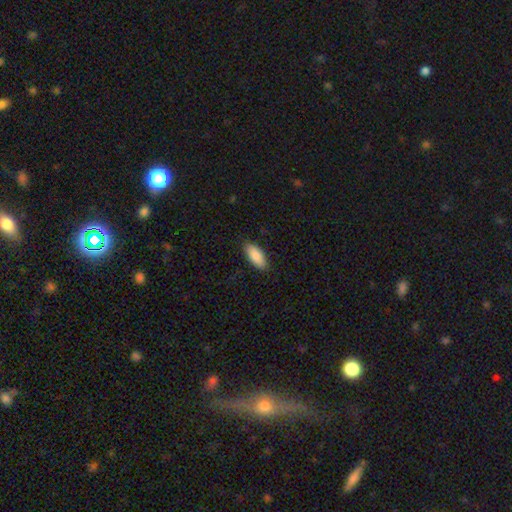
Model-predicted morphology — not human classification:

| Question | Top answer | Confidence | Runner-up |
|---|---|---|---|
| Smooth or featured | smooth | 88% | featured or disk (6%) |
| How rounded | in between | 86% | cigar-shaped (12%) |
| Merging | none | 87% | minor disturbance (10%) |